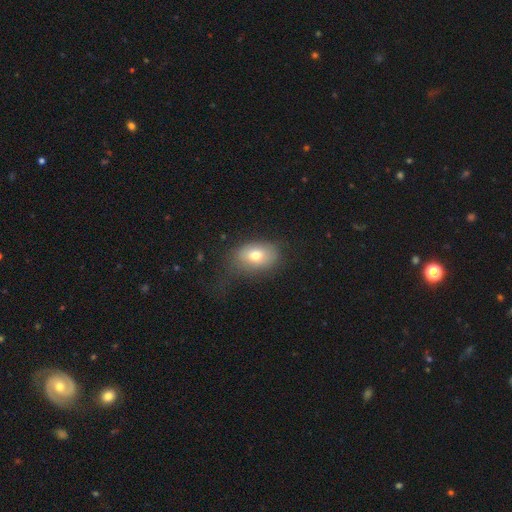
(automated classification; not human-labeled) smooth-or-featured: smooth: 73% | featured or disk: 17% | star or artifact: 10%
  how-rounded: in between: 77% | round: 21% | cigar-shaped: 1%
  merging: none: 56% | minor disturbance: 26% | major disturbance: 16% | merger: 2%